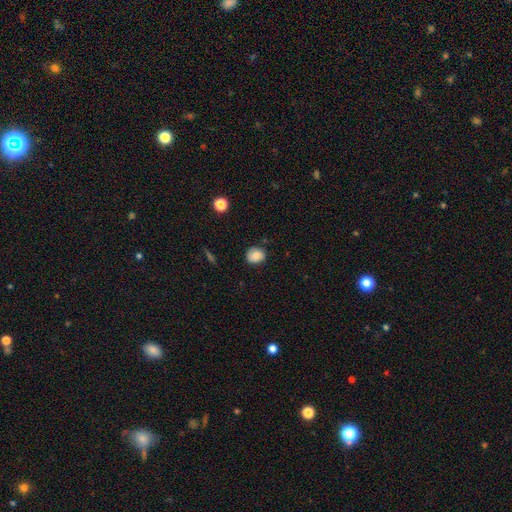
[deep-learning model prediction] Smooth or featured? smooth (80%)
How rounded? round (70%)
Merging? none (77%)